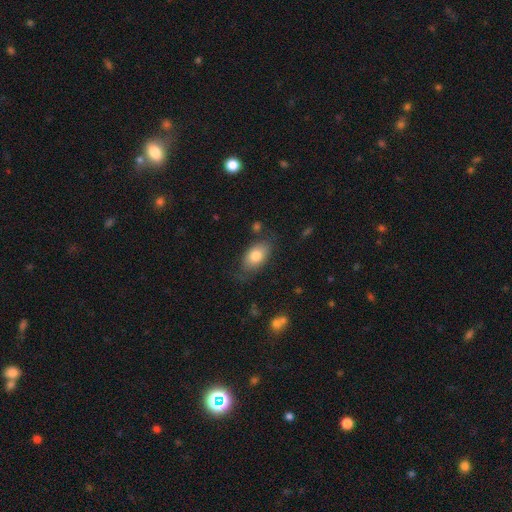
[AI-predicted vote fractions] smooth-or-featured: smooth: 79% | featured or disk: 14% | star or artifact: 7%
  how-rounded: in between: 90% | round: 8% | cigar-shaped: 2%
  merging: none: 71% | minor disturbance: 20% | major disturbance: 6% | merger: 2%